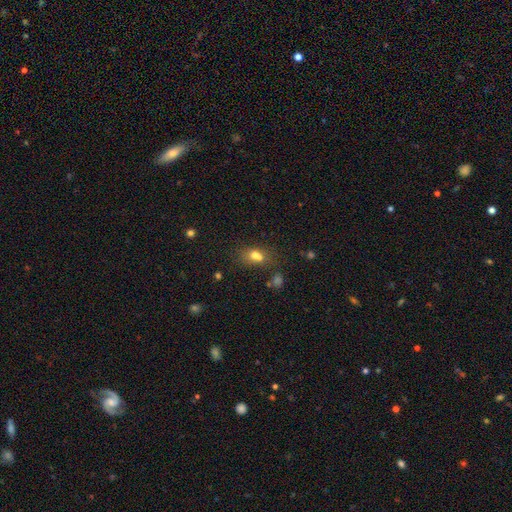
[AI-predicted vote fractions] Smooth or featured: smooth — 69% (star or artifact — 15%)
How rounded: in between — 63% (round — 35%)
Merging: merger — 44% (none — 37%)